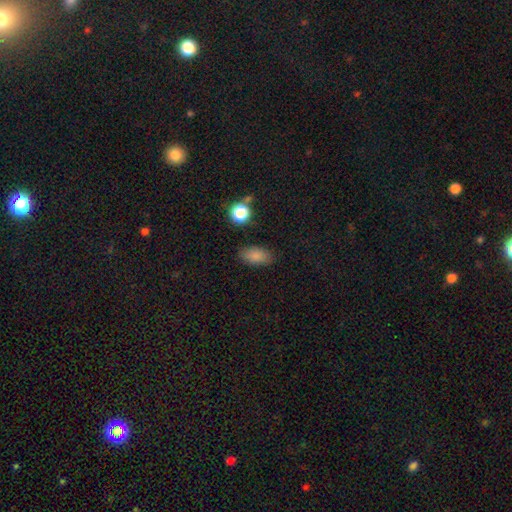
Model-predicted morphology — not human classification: Smooth or featured: smooth — 84% (star or artifact — 10%)
How rounded: in between — 89% (round — 7%)
Merging: none — 83% (minor disturbance — 11%)